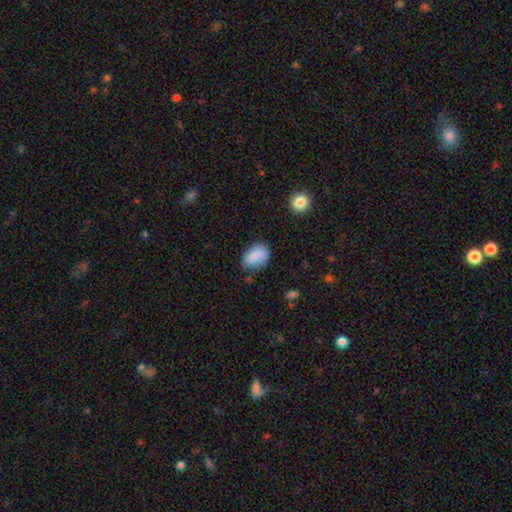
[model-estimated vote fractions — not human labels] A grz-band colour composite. It shows a smooth galaxy with no disk features (82%) that is in between round and cigar-shaped (86%). Merging: none (62%).